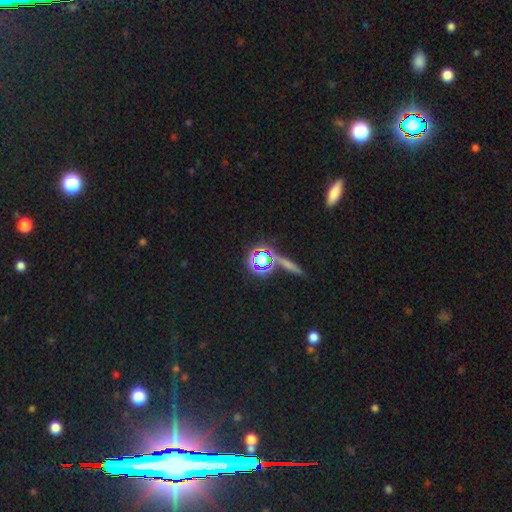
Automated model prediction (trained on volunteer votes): smooth-or-featured: star or artifact: 68% | smooth: 21% | featured or disk: 11%